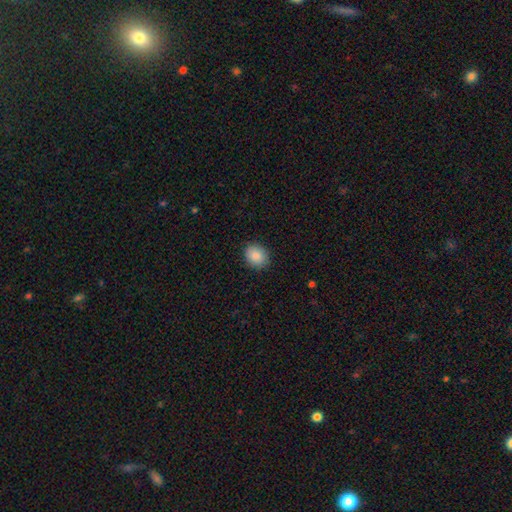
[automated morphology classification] smooth_or_featured: smooth (p=0.87) [alt: star or artifact p=0.08]
how_rounded: round (p=0.56) [alt: in between p=0.43]
merging: none (p=0.89) [alt: minor disturbance p=0.08]